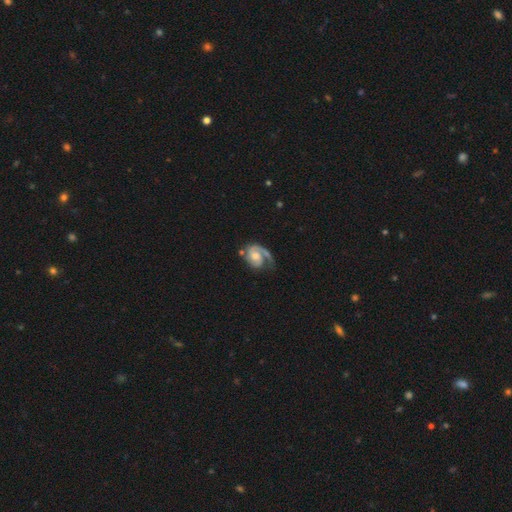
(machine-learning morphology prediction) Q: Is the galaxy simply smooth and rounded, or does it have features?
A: featured or disk — 84%.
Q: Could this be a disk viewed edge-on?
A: no — 98%.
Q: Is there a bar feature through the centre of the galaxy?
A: no — 64%.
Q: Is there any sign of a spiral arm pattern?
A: yes — 96%.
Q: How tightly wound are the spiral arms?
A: tight — 41%.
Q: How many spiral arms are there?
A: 1 — 57%.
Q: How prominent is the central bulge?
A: moderate — 54%.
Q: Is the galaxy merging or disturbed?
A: none — 51%.